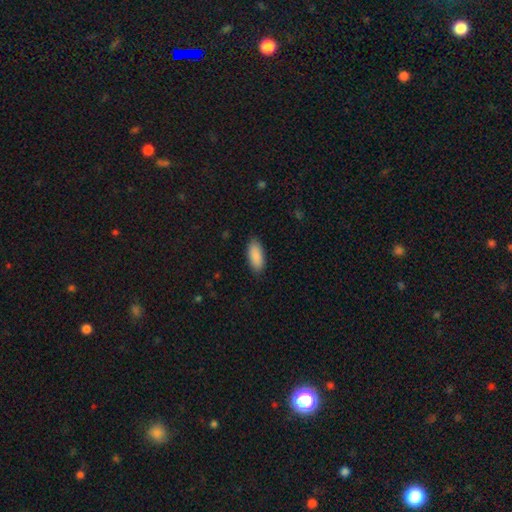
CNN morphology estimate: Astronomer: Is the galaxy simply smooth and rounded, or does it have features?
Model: smooth — 90%.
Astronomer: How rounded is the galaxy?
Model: in between — 85%.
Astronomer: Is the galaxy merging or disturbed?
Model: none — 88%.